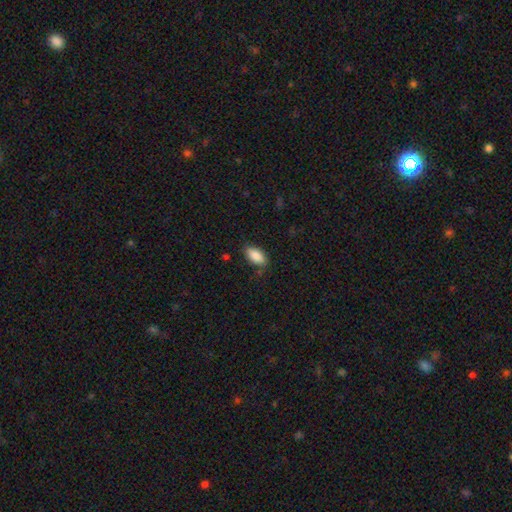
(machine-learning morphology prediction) This is clearly a smooth galaxy (87%). How rounded: clearly in between (91%). Merging: clearly none (83%).